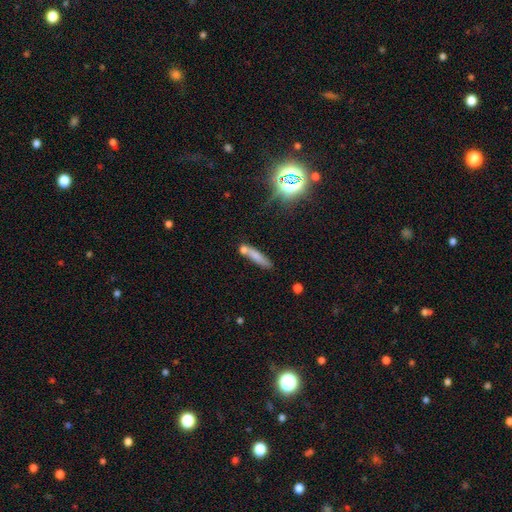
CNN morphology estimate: smooth 71%, featured or disk 19%, star or artifact 10%. Down the decision tree: how rounded — cigar-shaped (83%); merging — none (60%).